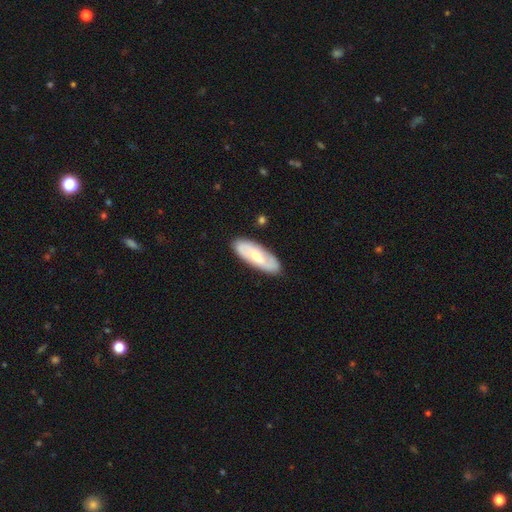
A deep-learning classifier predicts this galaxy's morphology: type=featured or disk (52%); edge-on=no (83%); merging=none (87%).